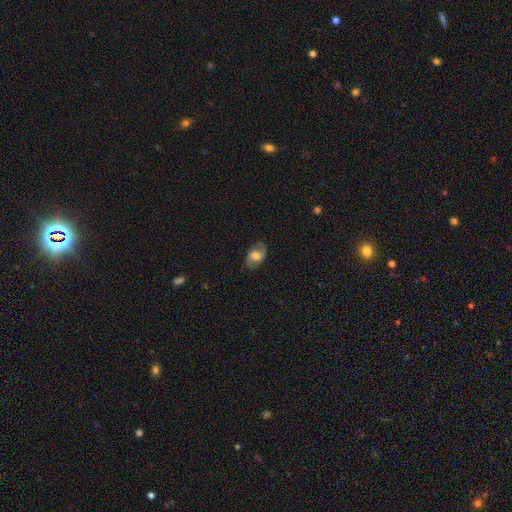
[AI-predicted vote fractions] A featured or disk galaxy (61%) with no bar (58%), 2 (88%) medium (45%) spiral arms (87%) and a moderate central bulge (48%). Merging: none (77%).